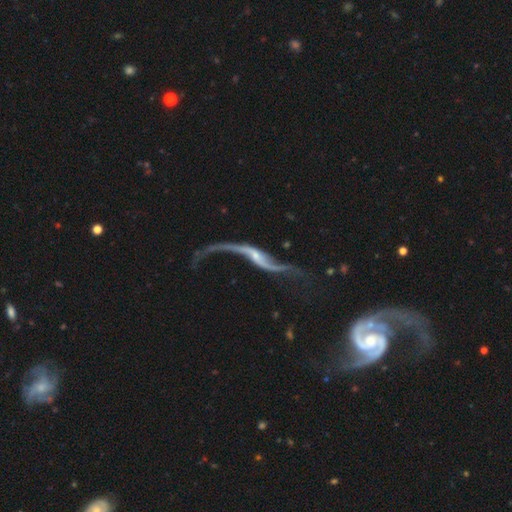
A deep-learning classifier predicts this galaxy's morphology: This is clearly a featured or disk galaxy (89%). It is clearly not viewed edge-on (87%). Bar: marginally no (44%). Spiral arm pattern: clearly yes (94%). Spiral arm count: clearly 2 (92%). Spiral winding: clearly loose (95%). Central bulge: likely small (66%). Merging: possibly none (50%).